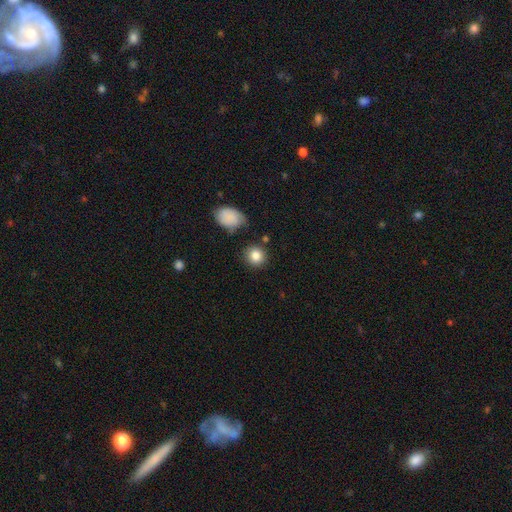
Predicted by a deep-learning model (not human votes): smooth-or-featured: smooth: 85% | star or artifact: 9% | featured or disk: 6%
  how-rounded: round: 86% | in between: 13% | cigar-shaped: 1%
  merging: none: 81% | minor disturbance: 11% | merger: 5% | major disturbance: 3%